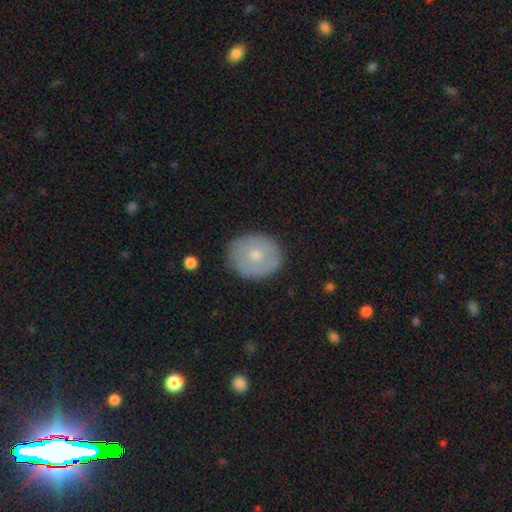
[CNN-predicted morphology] Q: Smooth or featured?
A: smooth (64%); runner-up: featured or disk (29%)
Q: How rounded?
A: round (79%); runner-up: in between (20%)
Q: Merging?
A: none (85%); runner-up: minor disturbance (11%)